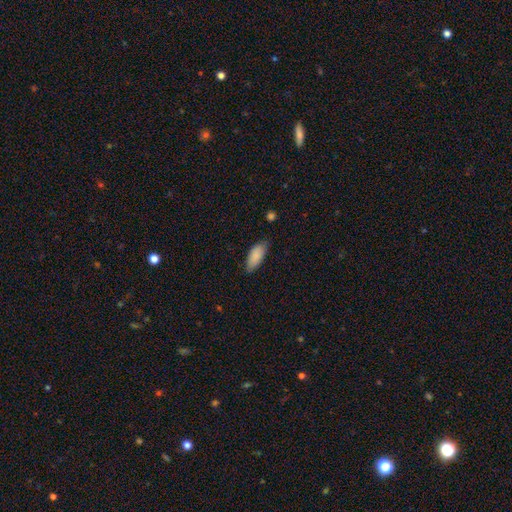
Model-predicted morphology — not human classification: Overall: smooth (88%). How rounded: in between (82%). Merging: none (74%).